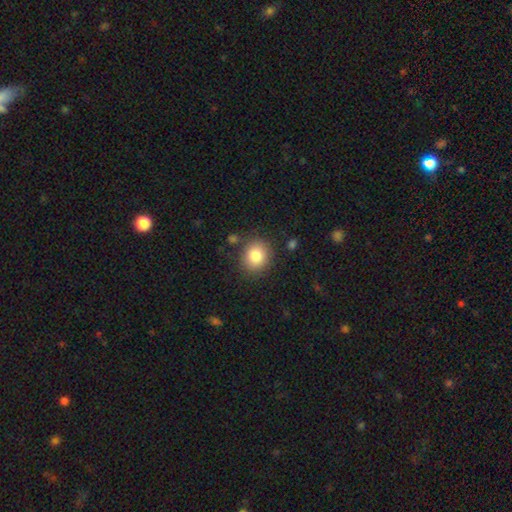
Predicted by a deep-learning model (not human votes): Smooth or featured?
  - smooth: 84% *
  - star or artifact: 9%
  - featured or disk: 7%
How rounded?
  - round: 74% *
  - in between: 25%
  - cigar-shaped: 1%
Merging?
  - none: 83% *
  - minor disturbance: 10%
  - major disturbance: 3%
  - merger: 3%